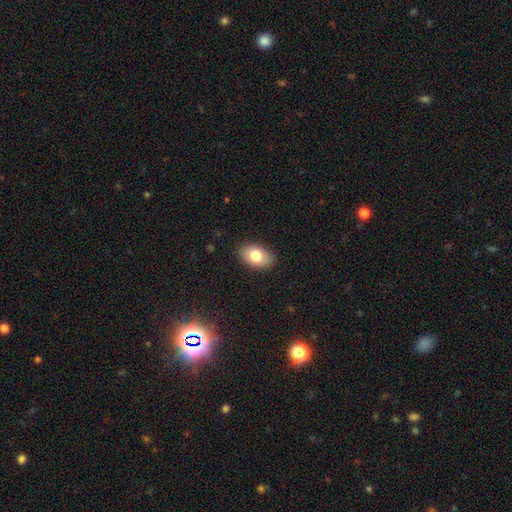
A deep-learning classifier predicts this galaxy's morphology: This appears to be a smooth galaxy with no disk features (80%) that is in between round and cigar-shaped (90%). Merging: none (87%).